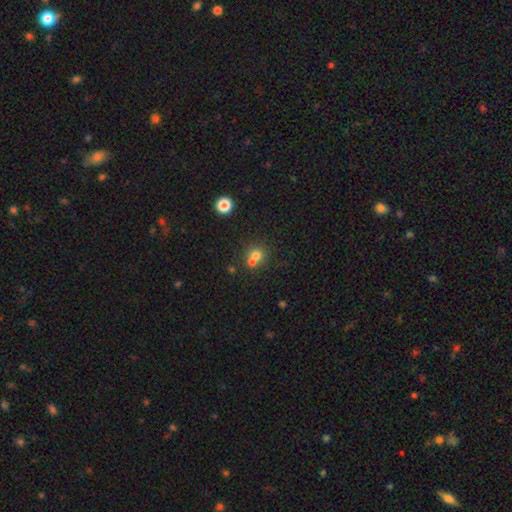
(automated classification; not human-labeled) Smooth or featured? Predicted: smooth (p=0.69). How rounded? Predicted: round (p=0.83). Merging? Predicted: merger (p=0.51).